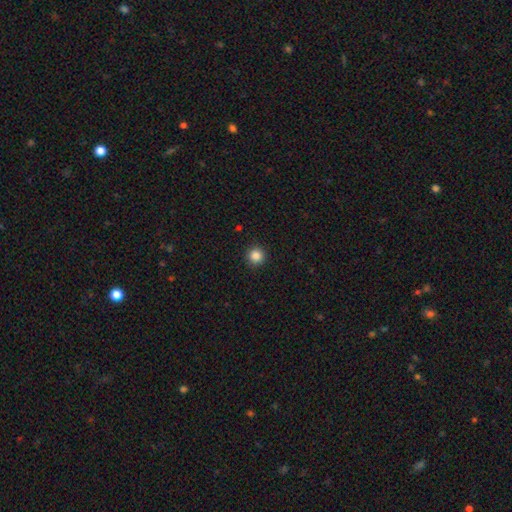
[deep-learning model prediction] Q: Smooth or featured?
A: smooth (86%); runner-up: star or artifact (11%)
Q: How rounded?
A: round (95%); runner-up: in between (4%)
Q: Merging?
A: none (93%); runner-up: minor disturbance (5%)